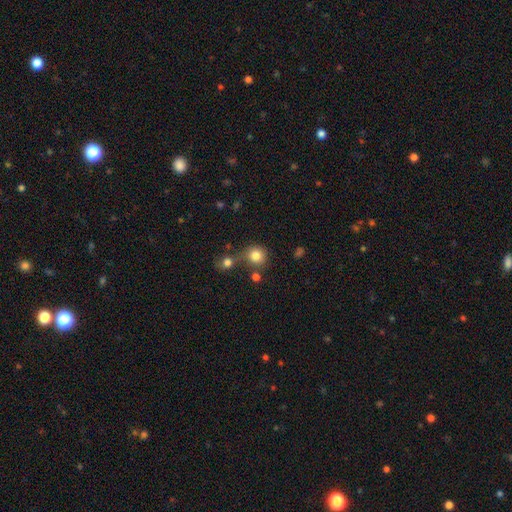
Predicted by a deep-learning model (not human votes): Smooth or featured? Predicted: smooth (p=0.82). How rounded? Predicted: round (p=0.89). Merging? Predicted: none (p=0.59).